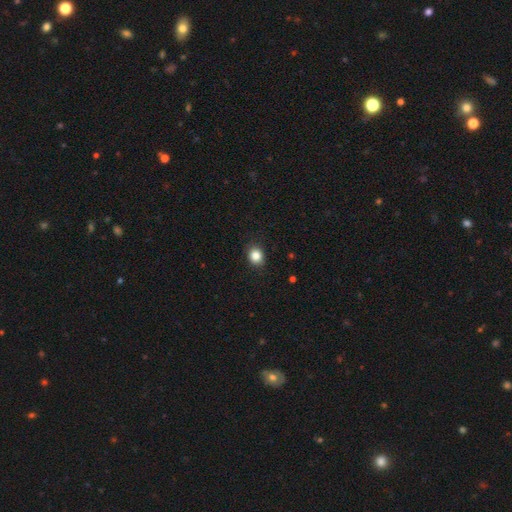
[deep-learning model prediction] This appears to be a smooth galaxy with no disk features (85%) that is round (68%). Merging: none (87%).